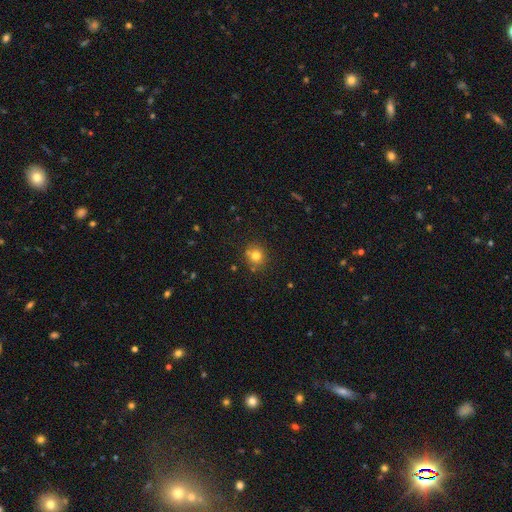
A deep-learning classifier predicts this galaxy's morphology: A smooth galaxy with no disk features (76%) that is round (87%).

Vote fractions:
- Smooth or featured? smooth: 76% / star or artifact: 14% / featured or disk: 9%
- How rounded? round: 87% / in between: 12% / cigar-shaped: 1%
- Merging? none: 79% / minor disturbance: 11% / merger: 7% / major disturbance: 3%